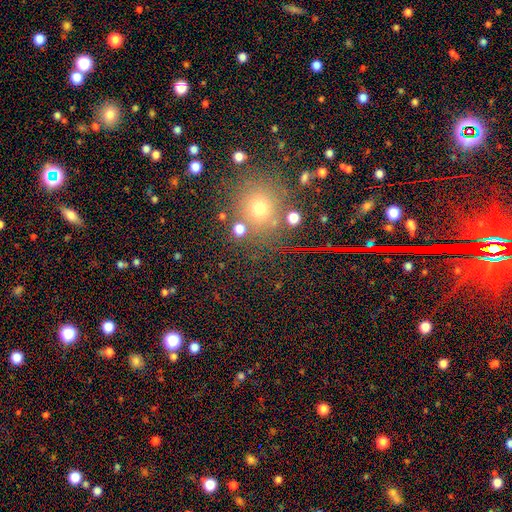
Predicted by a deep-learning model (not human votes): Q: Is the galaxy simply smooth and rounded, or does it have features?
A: star or artifact — 62%.